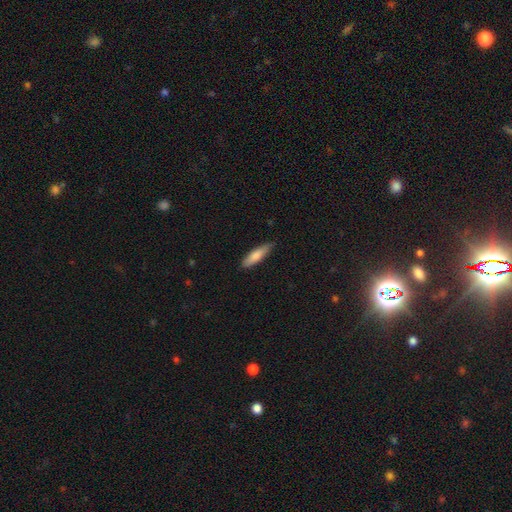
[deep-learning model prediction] Smooth or featured? smooth (79%)
How rounded? cigar-shaped (66%)
Merging? none (81%)